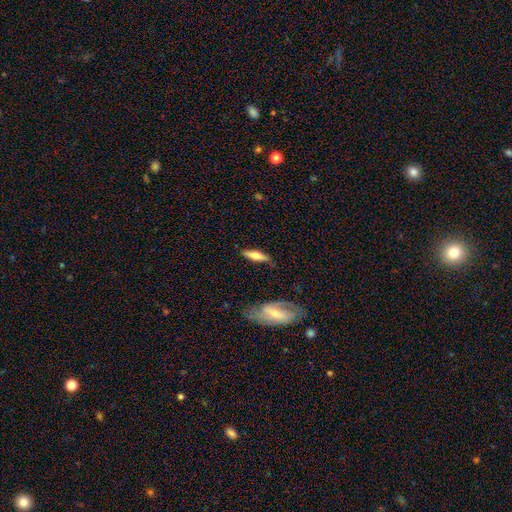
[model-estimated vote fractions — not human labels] A smooth galaxy with no disk features (51%) that is cigar-shaped (65%).

Vote fractions:
- Smooth or featured? smooth: 51% / featured or disk: 43% / star or artifact: 6%
- How rounded? cigar-shaped: 65% / in between: 32% / round: 3%
- Merging? none: 79% / minor disturbance: 14% / major disturbance: 4% / merger: 3%